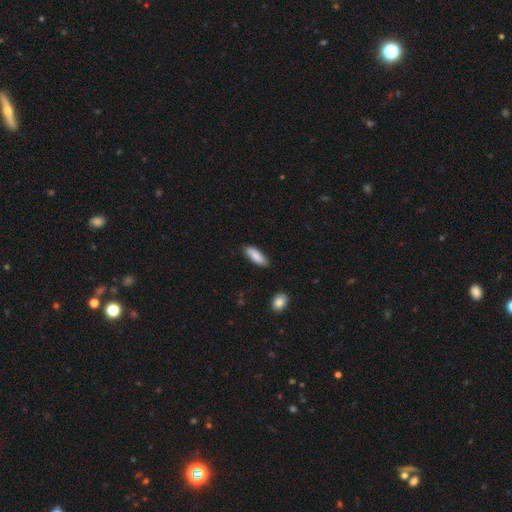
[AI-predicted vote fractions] Smooth or featured? Predicted: smooth (p=0.85). How rounded? Predicted: in between (p=0.59). Merging? Predicted: none (p=0.82).